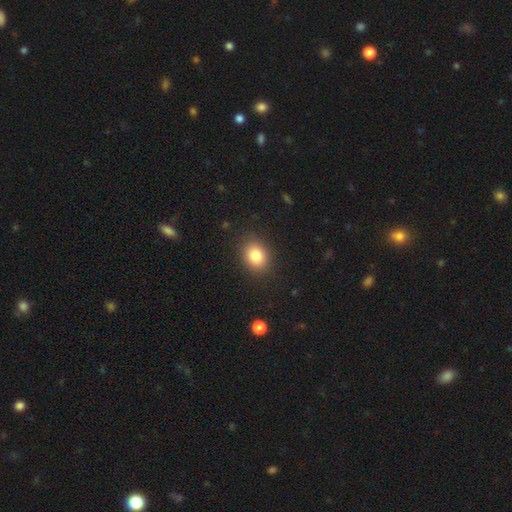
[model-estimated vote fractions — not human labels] The model was most divided on "how rounded": round: 52%, in between: 47%, cigar-shaped: 1%. More confident: merging — none (87%); smooth or featured — smooth (84%).